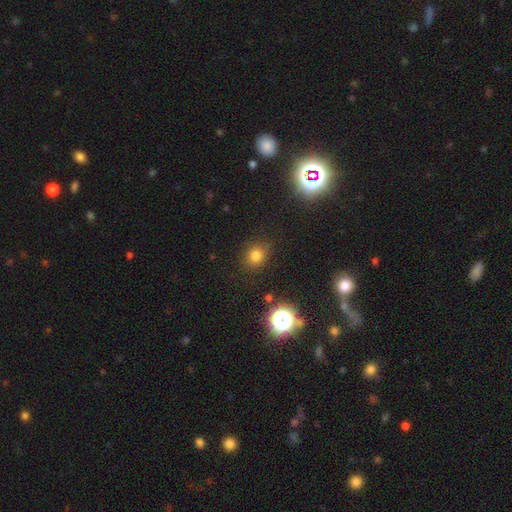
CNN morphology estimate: Smooth or featured? Predicted: smooth (p=0.76). How rounded? Predicted: round (p=0.79). Merging? Predicted: none (p=0.83).